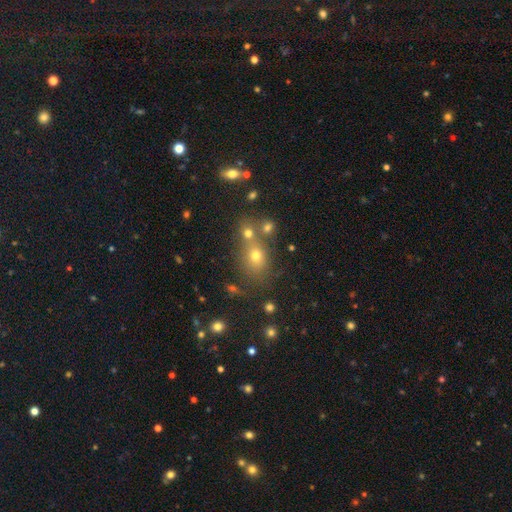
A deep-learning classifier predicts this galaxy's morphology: Smooth or featured? Predicted: smooth (p=0.64). How rounded? Predicted: round (p=0.55). Merging? Predicted: none (p=0.54).